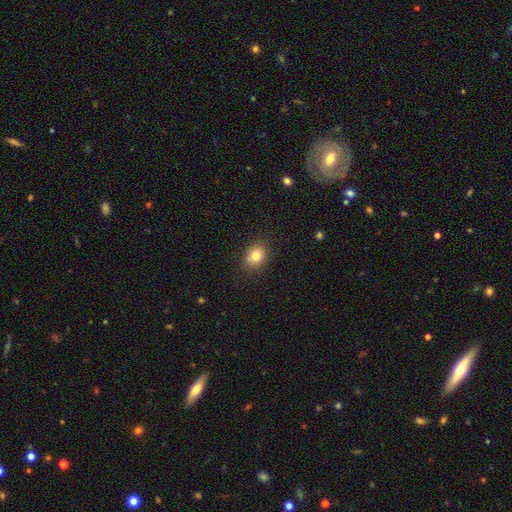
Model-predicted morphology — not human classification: The model was most divided on "how rounded": round: 52%, in between: 47%, cigar-shaped: 1%. More confident: merging — none (83%); smooth or featured — smooth (80%).